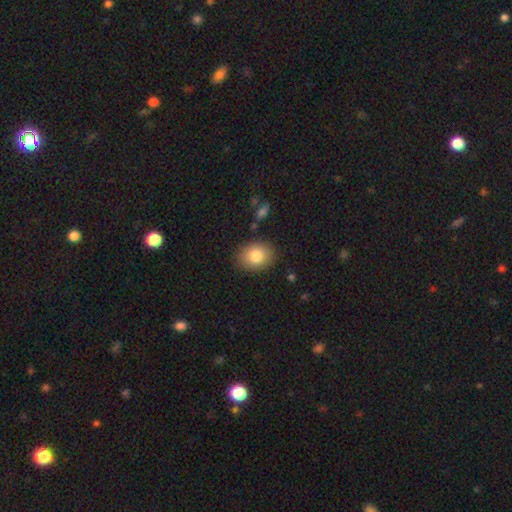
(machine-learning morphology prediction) smooth 81%, featured or disk 10%, star or artifact 8%. Down the decision tree: how rounded — in between (51%); merging — none (86%).